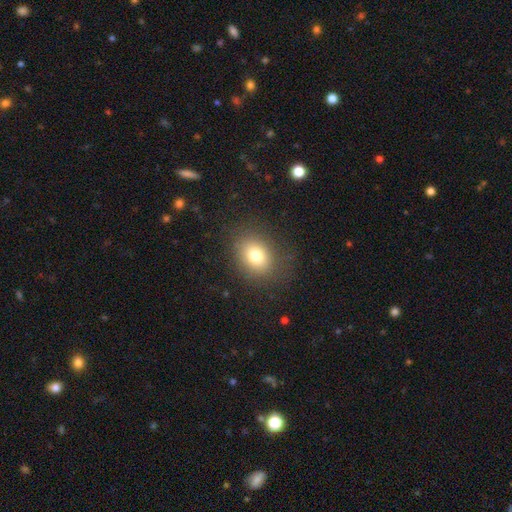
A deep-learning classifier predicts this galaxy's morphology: smooth-or-featured: smooth: 77% | star or artifact: 13% | featured or disk: 11%
  how-rounded: in between: 53% | round: 46% | cigar-shaped: 1%
  merging: none: 80% | minor disturbance: 12% | major disturbance: 6% | merger: 1%